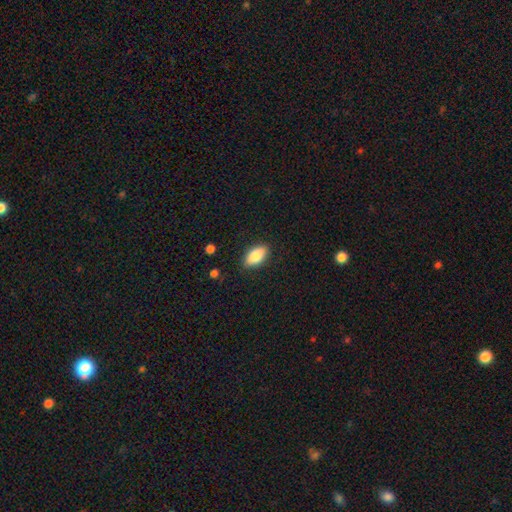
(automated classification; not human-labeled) smooth-or-featured: smooth: 83% | featured or disk: 10% | star or artifact: 7%
  how-rounded: in between: 88% | cigar-shaped: 8% | round: 3%
  merging: none: 87% | minor disturbance: 10% | major disturbance: 2% | merger: 1%